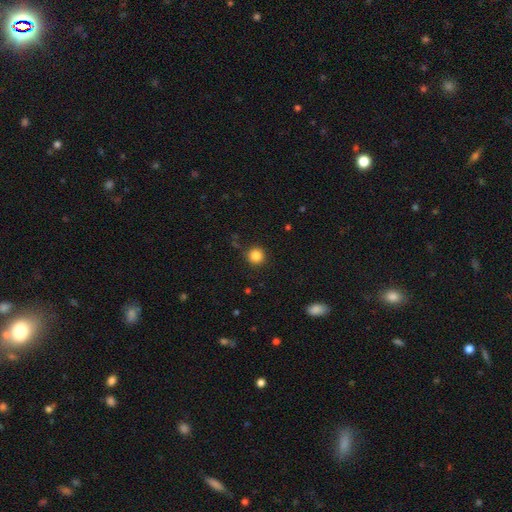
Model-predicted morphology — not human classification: A smooth galaxy with no disk features (84%) that is round (94%).

Vote fractions:
- Smooth or featured? smooth: 84% / star or artifact: 11% / featured or disk: 4%
- How rounded? round: 94% / in between: 5% / cigar-shaped: 1%
- Merging? none: 90% / minor disturbance: 7% / major disturbance: 2% / merger: 1%